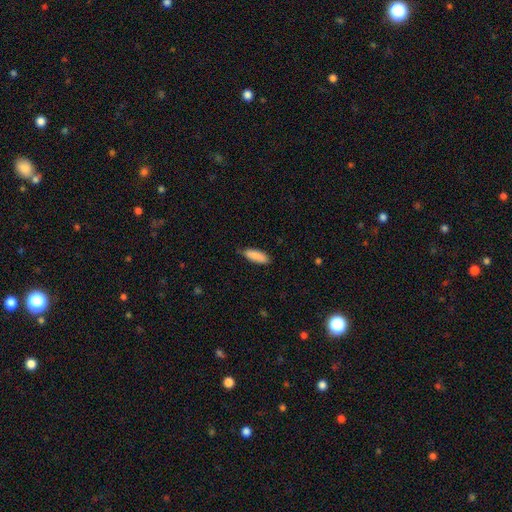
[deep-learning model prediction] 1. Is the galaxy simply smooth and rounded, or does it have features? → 88% smooth, 6% star or artifact, 6% featured or disk.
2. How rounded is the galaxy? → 62% in between, 37% cigar-shaped, 2% round.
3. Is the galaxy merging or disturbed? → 77% none, 20% minor disturbance, 3% major disturbance, 1% merger.